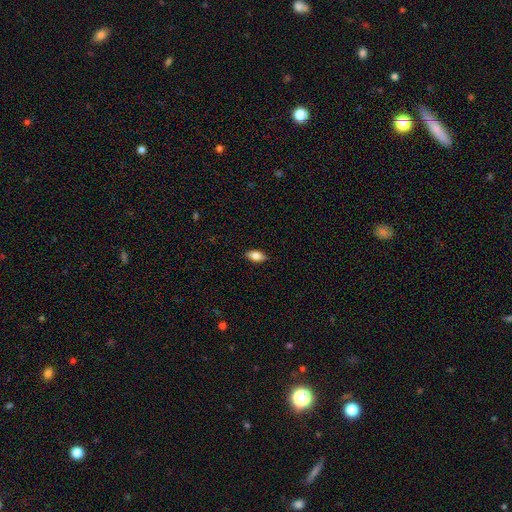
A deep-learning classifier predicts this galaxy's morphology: smooth_or_featured: smooth (p=0.83) [alt: featured or disk p=0.10]
how_rounded: in between (p=0.90) [alt: cigar-shaped p=0.07]
merging: none (p=0.88) [alt: minor disturbance p=0.09]